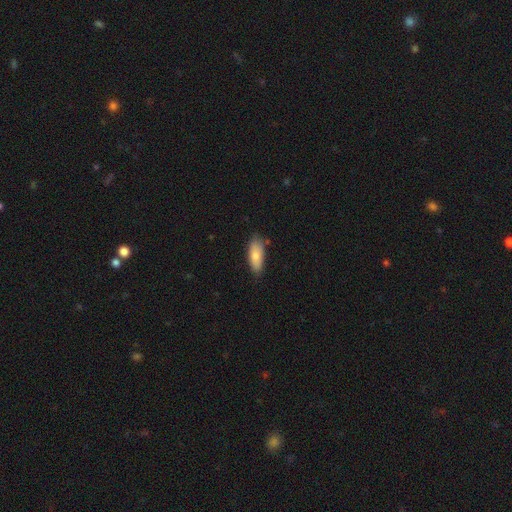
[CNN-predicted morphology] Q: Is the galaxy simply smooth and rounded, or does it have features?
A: smooth — 79%.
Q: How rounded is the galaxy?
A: in between — 75%.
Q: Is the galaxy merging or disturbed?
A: none — 78%.